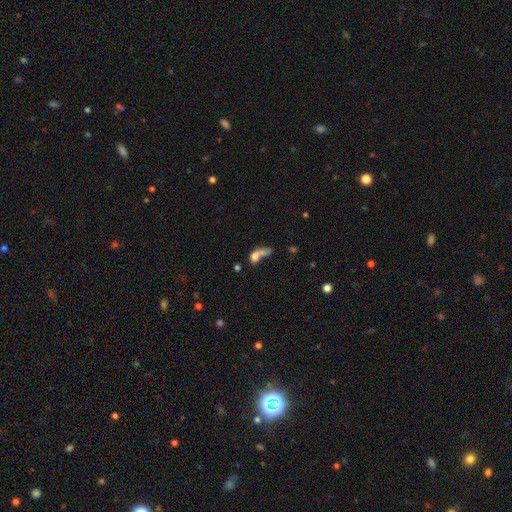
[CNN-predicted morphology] Smooth or featured?
  - smooth: 64% *
  - featured or disk: 21%
  - star or artifact: 15%
How rounded?
  - in between: 57% *
  - round: 29%
  - cigar-shaped: 13%
Merging?
  - merger: 53% *
  - none: 20%
  - major disturbance: 17%
  - minor disturbance: 10%